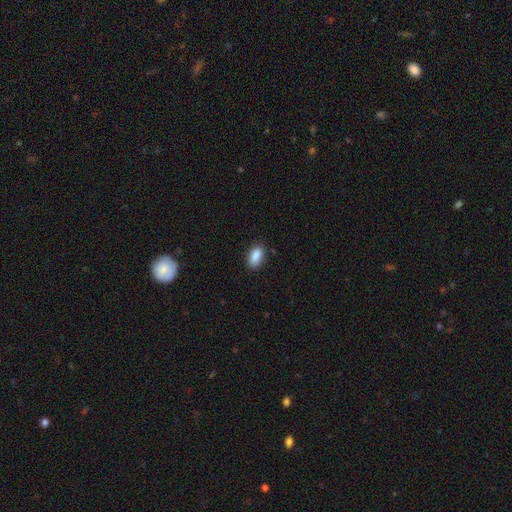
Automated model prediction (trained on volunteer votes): Q: Smooth or featured?
A: smooth (88%); runner-up: star or artifact (7%)
Q: How rounded?
A: in between (91%); runner-up: cigar-shaped (5%)
Q: Merging?
A: none (84%); runner-up: minor disturbance (12%)